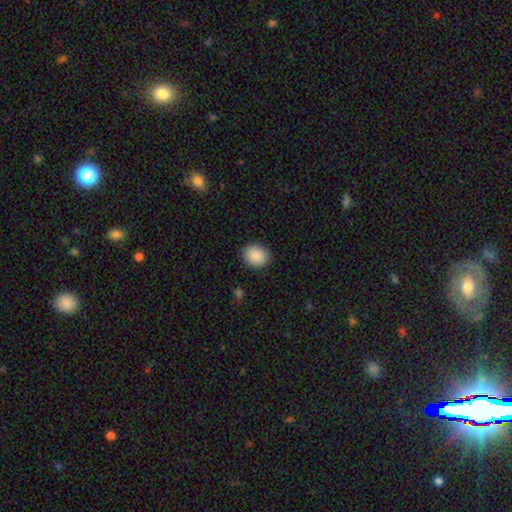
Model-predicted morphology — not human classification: This is clearly a smooth galaxy (90%). How rounded: likely round (61%). Merging: clearly none (89%).